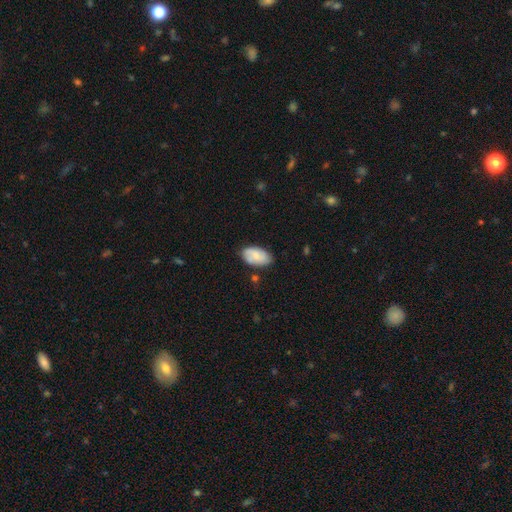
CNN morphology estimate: Smooth or featured: smooth — 61% (featured or disk — 33%)
How rounded: in between — 94% (round — 4%)
Merging: none — 74% (minor disturbance — 20%)